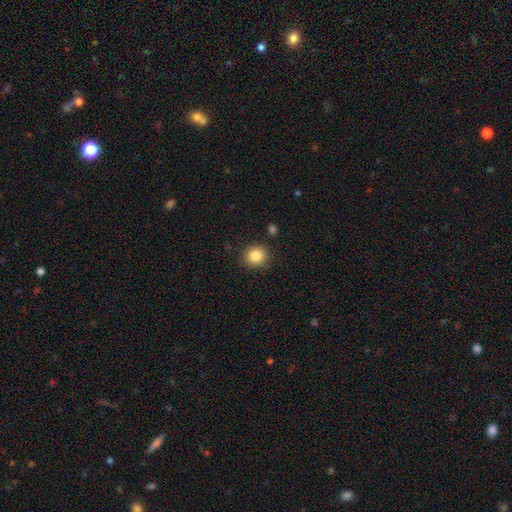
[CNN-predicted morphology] The model was most divided on "how rounded": round: 85%, in between: 14%, cigar-shaped: 1%. More confident: merging — none (88%); smooth or featured — smooth (84%).